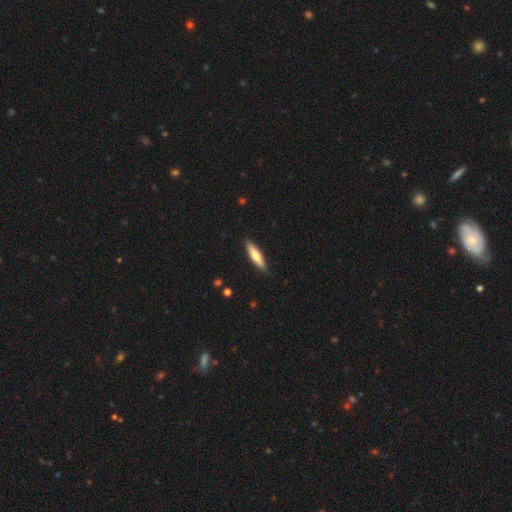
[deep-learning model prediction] Q: Smooth or featured?
A: smooth (70%); runner-up: featured or disk (25%)
Q: How rounded?
A: cigar-shaped (78%); runner-up: in between (21%)
Q: Merging?
A: none (88%); runner-up: minor disturbance (9%)